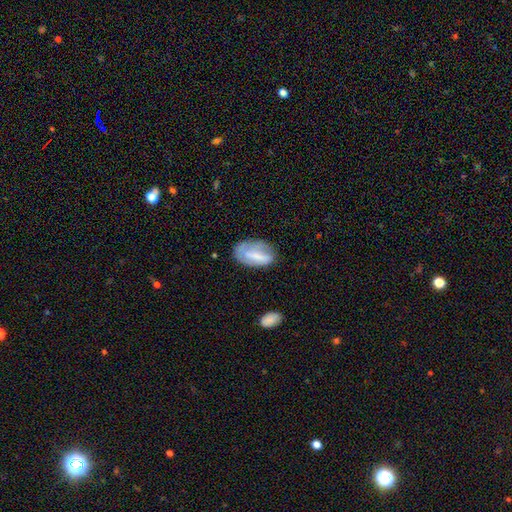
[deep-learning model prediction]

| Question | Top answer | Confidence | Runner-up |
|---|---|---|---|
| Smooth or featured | smooth | 57% | featured or disk (35%) |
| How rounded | in between | 89% | cigar-shaped (6%) |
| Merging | none | 55% | minor disturbance (28%) |